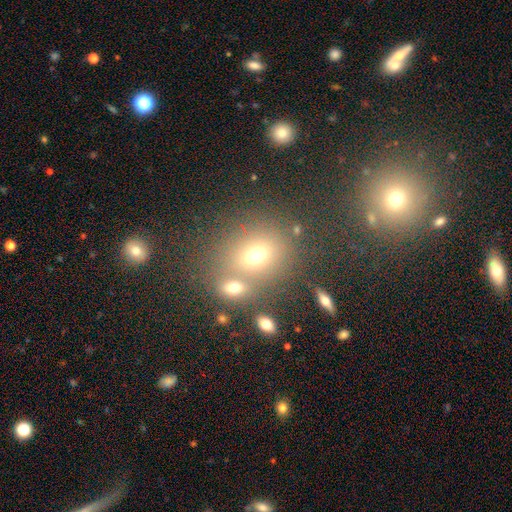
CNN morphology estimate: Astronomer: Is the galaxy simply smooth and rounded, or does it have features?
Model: smooth — 65%.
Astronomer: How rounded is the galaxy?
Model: round — 55% (runner-up: in between, 44%).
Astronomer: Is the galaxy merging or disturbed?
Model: none — 59%.